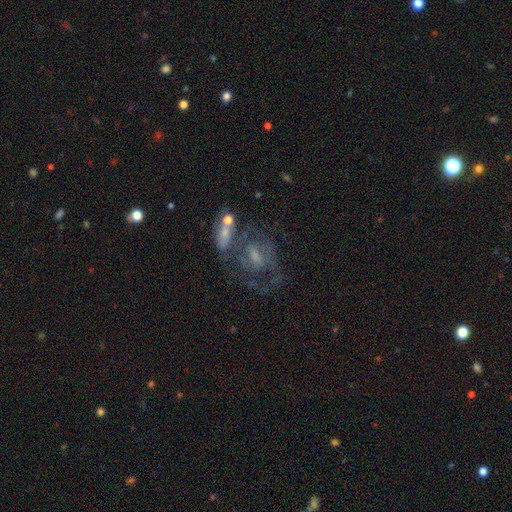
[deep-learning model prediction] Smooth or featured: featured or disk — 69% (smooth — 20%)
Edge-on disk: no — 95% (yes — 5%)
Bar: weak — 45% (no — 38%)
Spiral arms: yes — 64% (no — 36%)
Bulge size: small — 44% (moderate — 34%)
Merging: none — 38% (major disturbance — 24%)